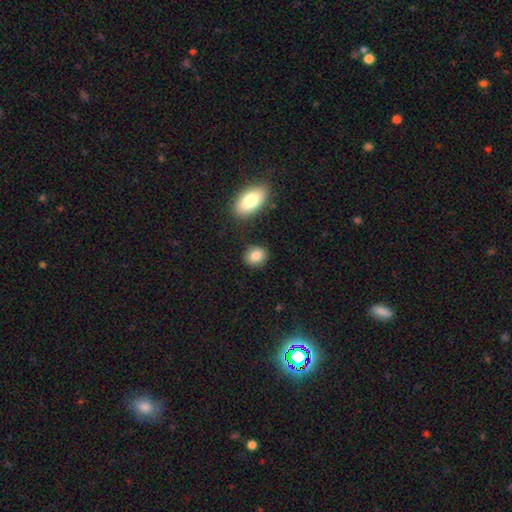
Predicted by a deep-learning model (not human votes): Smooth or featured? smooth (86%)
How rounded? round (61%)
Merging? none (84%)